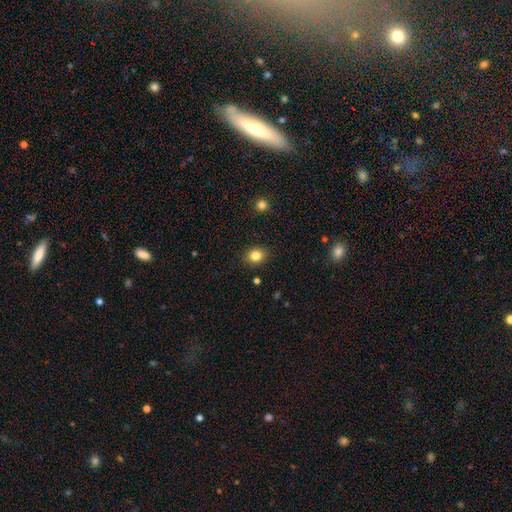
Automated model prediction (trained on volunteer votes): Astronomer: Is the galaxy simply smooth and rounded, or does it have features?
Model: smooth — 83%.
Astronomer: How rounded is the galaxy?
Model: round — 58% (runner-up: in between, 41%).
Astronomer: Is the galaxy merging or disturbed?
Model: none — 89%.